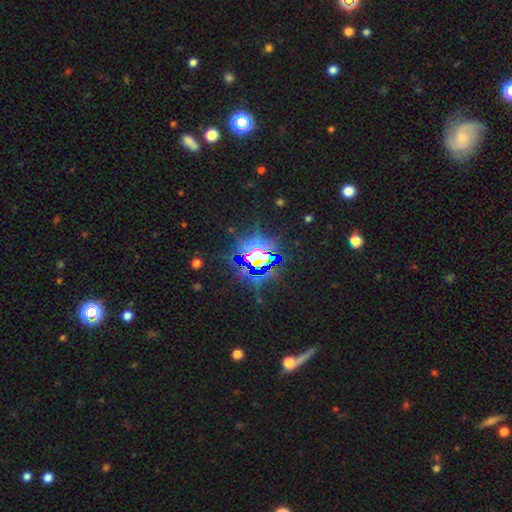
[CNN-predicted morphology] smooth-or-featured: star or artifact: 81% | smooth: 10% | featured or disk: 9%